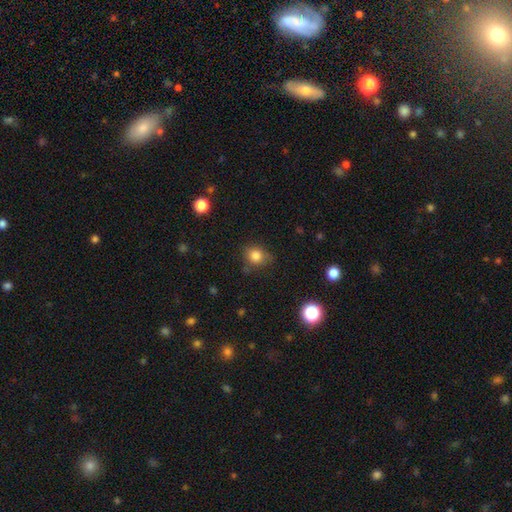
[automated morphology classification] smooth_or_featured: smooth (p=0.82) [alt: star or artifact p=0.11]
how_rounded: round (p=0.67) [alt: in between p=0.32]
merging: none (p=0.73) [alt: minor disturbance p=0.20]